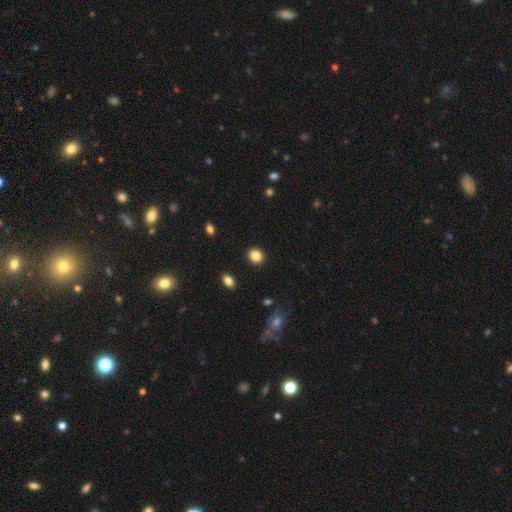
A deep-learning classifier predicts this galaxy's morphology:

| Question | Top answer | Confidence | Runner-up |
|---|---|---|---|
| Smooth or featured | smooth | 86% | star or artifact (10%) |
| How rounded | round | 76% | in between (23%) |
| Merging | none | 91% | minor disturbance (6%) |